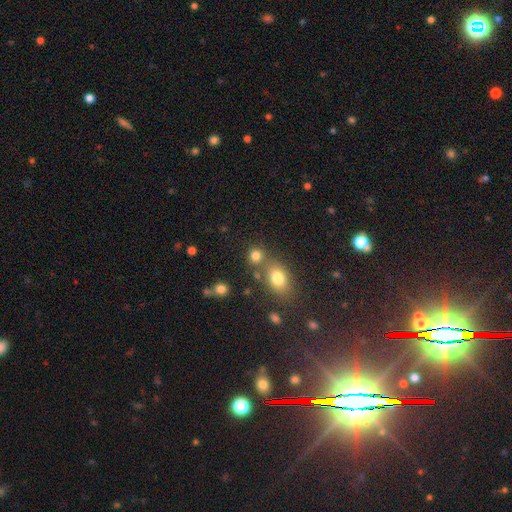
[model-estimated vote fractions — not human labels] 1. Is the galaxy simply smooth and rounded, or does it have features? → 75% smooth, 16% star or artifact, 9% featured or disk.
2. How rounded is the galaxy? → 65% round, 33% in between, 2% cigar-shaped.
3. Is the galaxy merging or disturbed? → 60% none, 26% merger, 10% minor disturbance, 4% major disturbance.